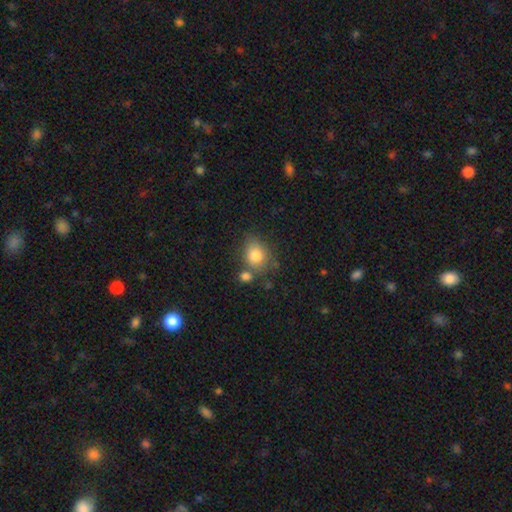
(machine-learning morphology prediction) A smooth galaxy with no disk features (80%) that is round (57%).

Vote fractions:
- Smooth or featured? smooth: 80% / featured or disk: 10% / star or artifact: 10%
- How rounded? round: 57% / in between: 42% / cigar-shaped: 1%
- Merging? none: 58% / merger: 19% / minor disturbance: 17% / major disturbance: 6%